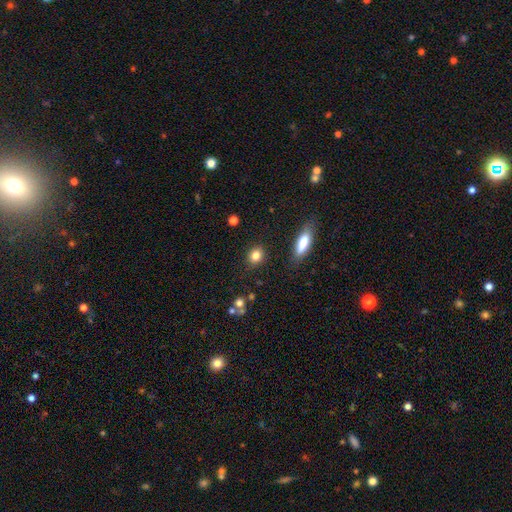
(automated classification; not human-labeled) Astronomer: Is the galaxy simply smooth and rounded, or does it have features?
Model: smooth — 83%.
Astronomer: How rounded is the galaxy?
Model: round — 68%.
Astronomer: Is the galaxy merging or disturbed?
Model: none — 87%.